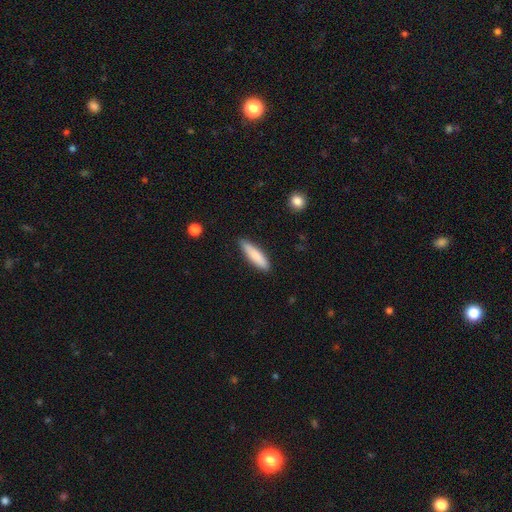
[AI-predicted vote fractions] This is clearly a smooth galaxy (83%). How rounded: likely cigar-shaped (72%). Merging: clearly none (83%).